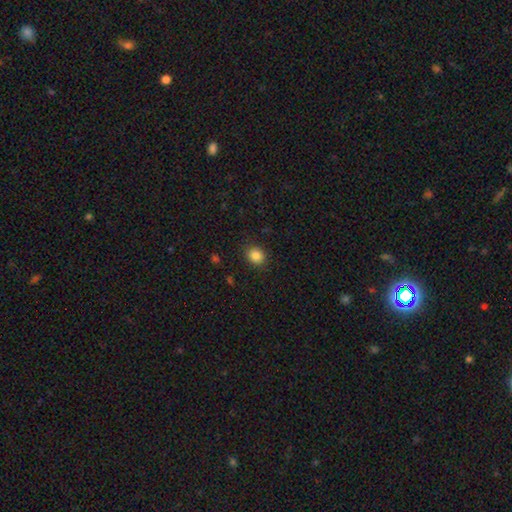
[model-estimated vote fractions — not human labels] smooth-or-featured: smooth: 86% | star or artifact: 10% | featured or disk: 4%
  how-rounded: round: 67% | in between: 32% | cigar-shaped: 1%
  merging: none: 87% | minor disturbance: 9% | major disturbance: 3% | merger: 1%